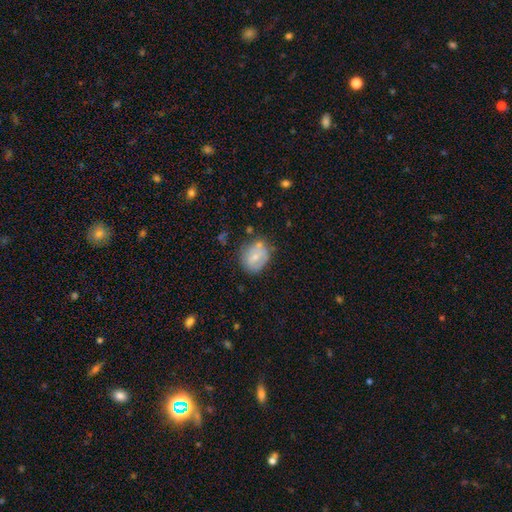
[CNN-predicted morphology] smooth-or-featured: smooth: 58% | featured or disk: 34% | star or artifact: 8%
  how-rounded: round: 54% | in between: 45% | cigar-shaped: 1%
  merging: none: 61% | minor disturbance: 24% | major disturbance: 8% | merger: 7%